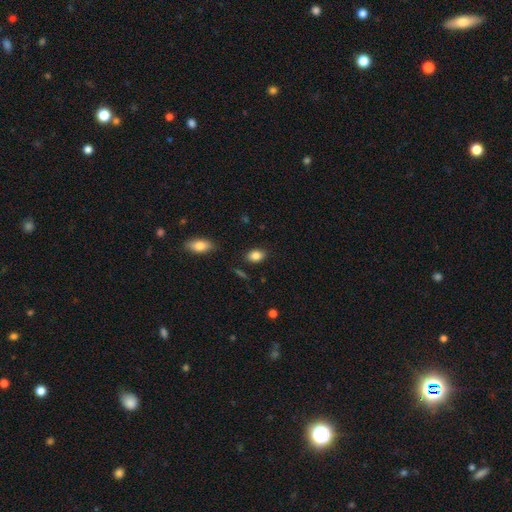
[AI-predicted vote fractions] Morphology: type=smooth (85%); roundness=in between (82%); merging=none (84%).